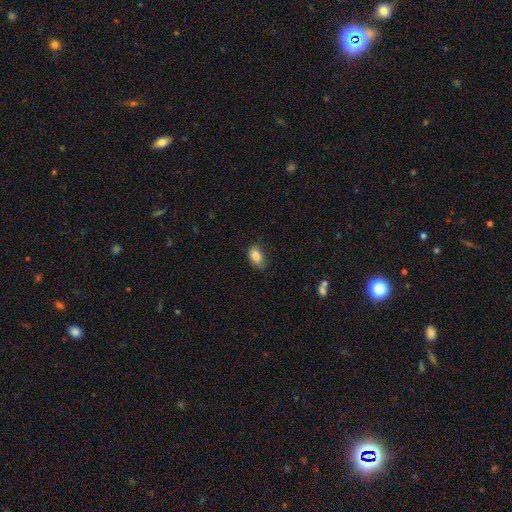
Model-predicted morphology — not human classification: Smooth or featured?
  - smooth: 85% *
  - star or artifact: 8%
  - featured or disk: 7%
How rounded?
  - in between: 90% *
  - round: 8%
  - cigar-shaped: 2%
Merging?
  - none: 73% *
  - minor disturbance: 22%
  - major disturbance: 4%
  - merger: 1%